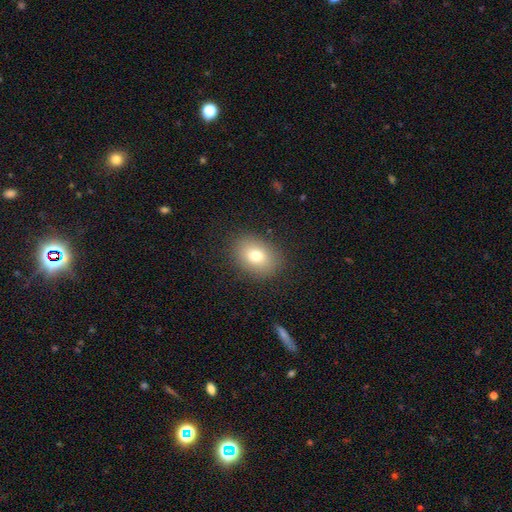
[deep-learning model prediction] smooth 77%, featured or disk 13%, star or artifact 10%. Down the decision tree: how rounded — in between (68%); merging — none (86%).